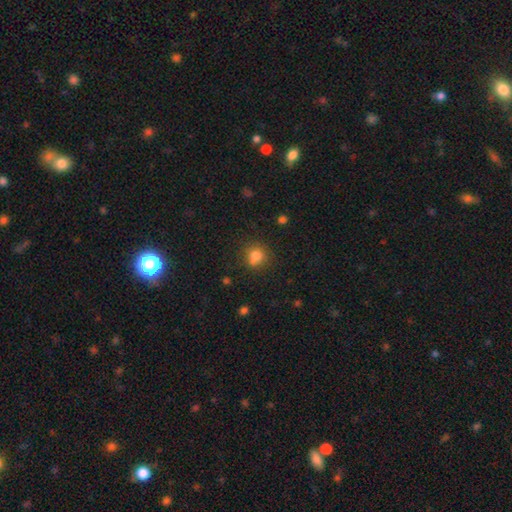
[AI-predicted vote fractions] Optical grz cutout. It shows a smooth galaxy with no disk features (78%) that is round (84%). Merging: none (68%).